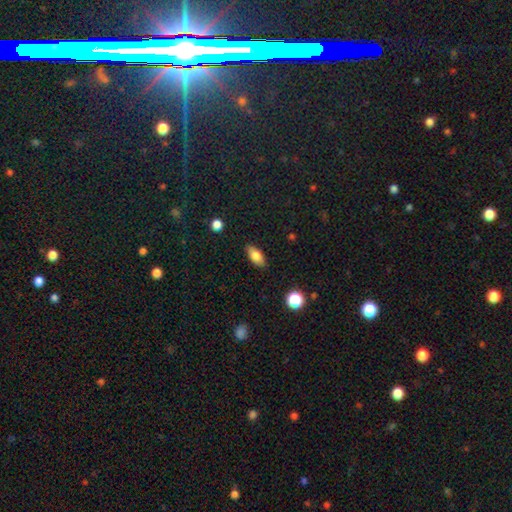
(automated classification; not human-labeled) A smooth galaxy with no disk features (81%) that is in between round and cigar-shaped (85%).

Vote fractions:
- Smooth or featured? smooth: 81% / featured or disk: 11% / star or artifact: 8%
- How rounded? in between: 85% / cigar-shaped: 11% / round: 4%
- Merging? none: 85% / minor disturbance: 11% / major disturbance: 2% / merger: 1%